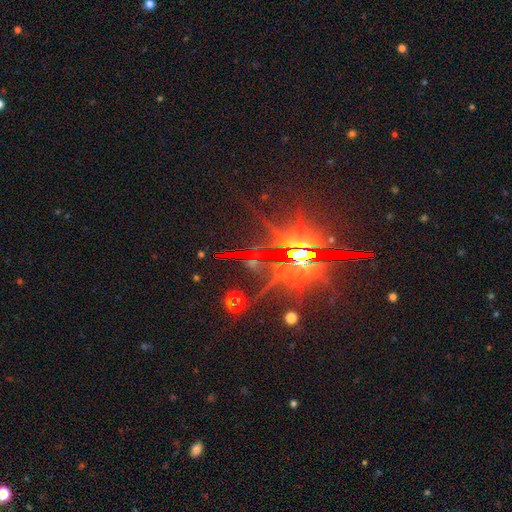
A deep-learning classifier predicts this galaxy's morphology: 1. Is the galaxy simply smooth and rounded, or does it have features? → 78% star or artifact, 13% featured or disk, 9% smooth.